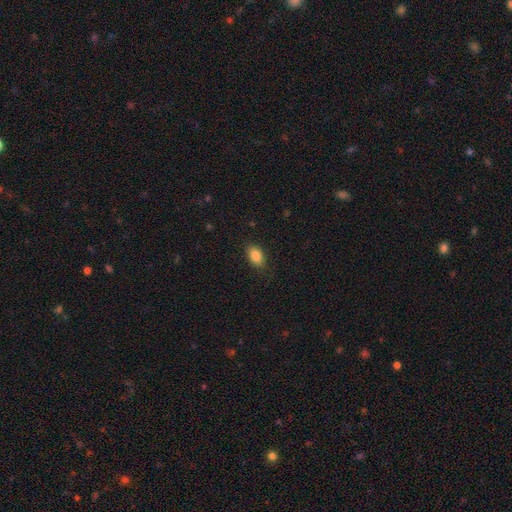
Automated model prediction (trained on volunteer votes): Smooth or featured? smooth (86%)
How rounded? in between (90%)
Merging? none (84%)